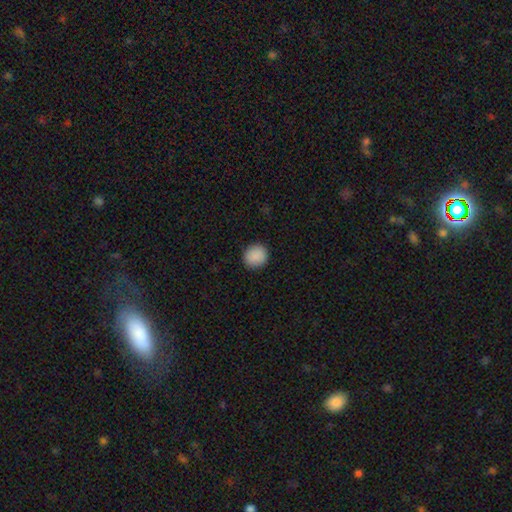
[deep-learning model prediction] smooth-or-featured: smooth: 90% | star or artifact: 8% | featured or disk: 3%
  how-rounded: round: 89% | in between: 10% | cigar-shaped: 1%
  merging: none: 91% | minor disturbance: 6% | major disturbance: 2% | merger: 1%